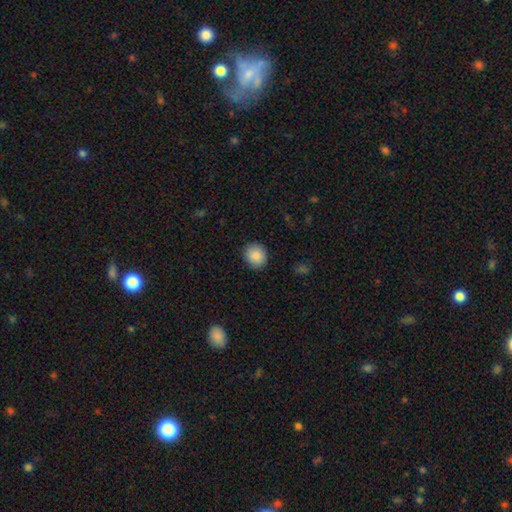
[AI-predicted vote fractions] Smooth or featured: smooth — 89% (star or artifact — 8%)
How rounded: round — 74% (in between — 25%)
Merging: none — 89% (minor disturbance — 8%)